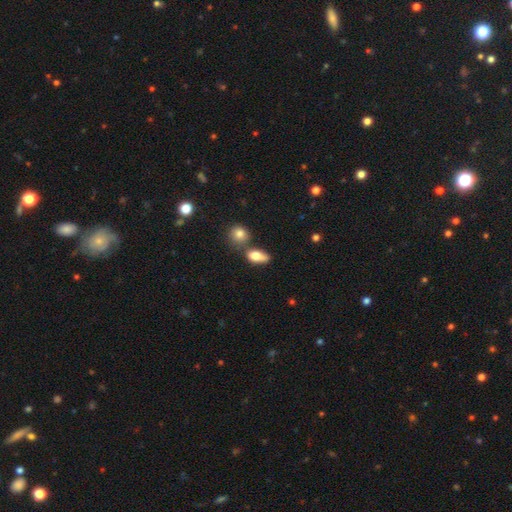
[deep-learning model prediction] smooth 78%, featured or disk 13%, star or artifact 8%. Down the decision tree: how rounded — in between (81%); merging — none (46%).